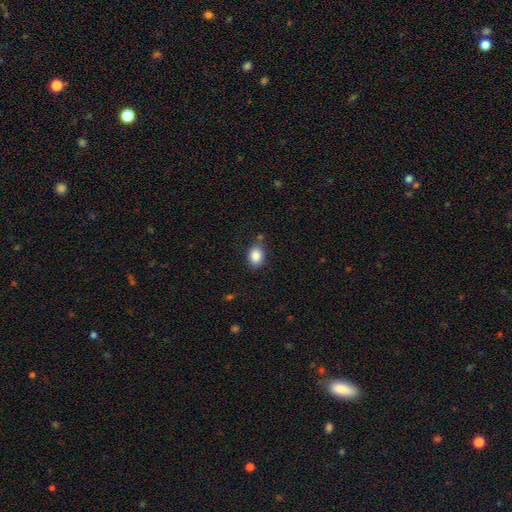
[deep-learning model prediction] smooth_or_featured: smooth (p=0.87) [alt: star or artifact p=0.08]
how_rounded: in between (p=0.71) [alt: round p=0.28]
merging: none (p=0.79) [alt: minor disturbance p=0.13]